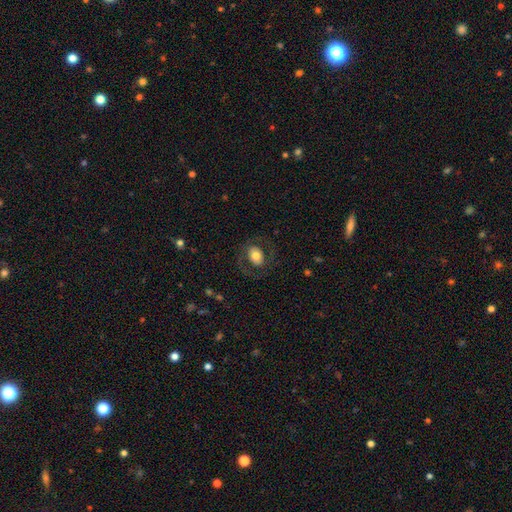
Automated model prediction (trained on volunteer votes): smooth_or_featured: smooth (p=0.58) [alt: featured or disk p=0.35]
how_rounded: in between (p=0.63) [alt: round p=0.36]
merging: none (p=0.75) [alt: major disturbance p=0.12]